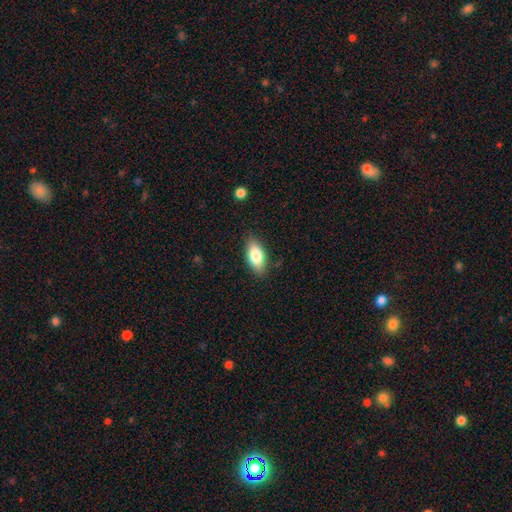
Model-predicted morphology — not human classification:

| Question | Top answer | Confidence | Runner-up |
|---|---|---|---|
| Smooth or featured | smooth | 80% | featured or disk (13%) |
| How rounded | in between | 85% | cigar-shaped (12%) |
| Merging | none | 84% | minor disturbance (12%) |